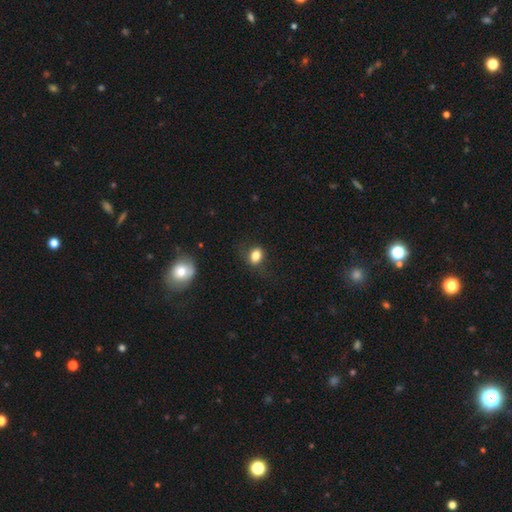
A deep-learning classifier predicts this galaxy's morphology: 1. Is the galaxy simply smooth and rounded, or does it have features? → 81% smooth, 10% star or artifact, 9% featured or disk.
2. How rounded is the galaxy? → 64% in between, 34% round, 2% cigar-shaped.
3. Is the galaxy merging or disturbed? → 69% none, 20% minor disturbance, 10% major disturbance, 2% merger.